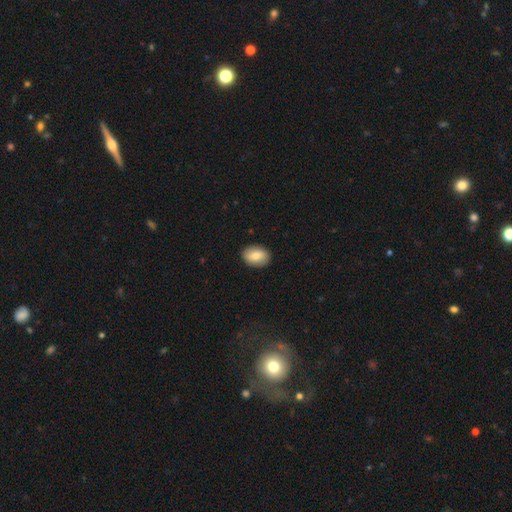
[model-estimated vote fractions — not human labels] Overall: smooth (77%). How rounded: in between (79%). Merging: none (89%).